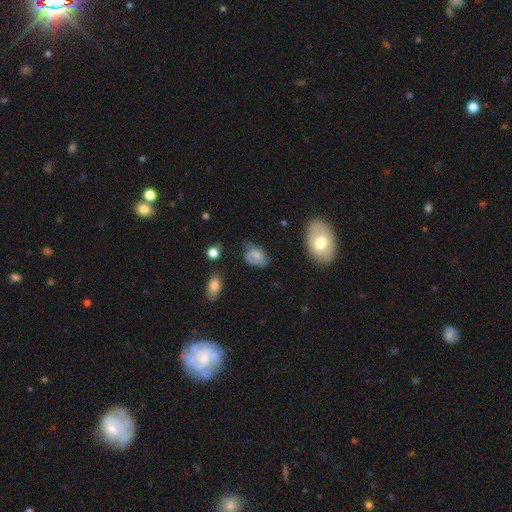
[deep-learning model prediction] Smooth or featured? Predicted: smooth (p=0.63). How rounded? Predicted: in between (p=0.79). Merging? Predicted: none (p=0.45).